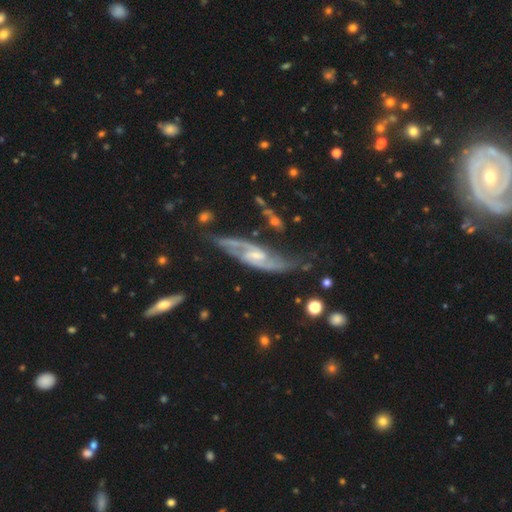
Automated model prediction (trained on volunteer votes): Smooth or featured? Predicted: featured or disk (p=0.89). Edge-on disk? Predicted: no (p=0.89). Bar? Predicted: weak (p=0.52). Spiral arms? Predicted: yes (p=0.97). Spiral winding? Predicted: medium (p=0.52). Spiral arm count? Predicted: 2 (p=0.86). Bulge size? Predicted: small (p=0.55). Merging? Predicted: none (p=0.62).